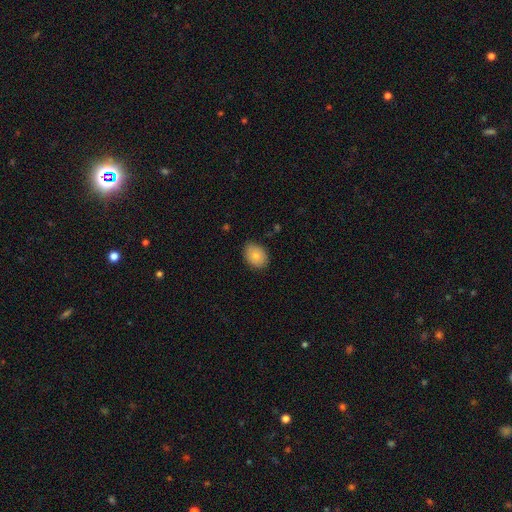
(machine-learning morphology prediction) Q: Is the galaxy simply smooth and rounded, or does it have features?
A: smooth — 81%.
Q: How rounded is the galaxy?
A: in between — 65%.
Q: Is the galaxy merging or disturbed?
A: none — 83%.